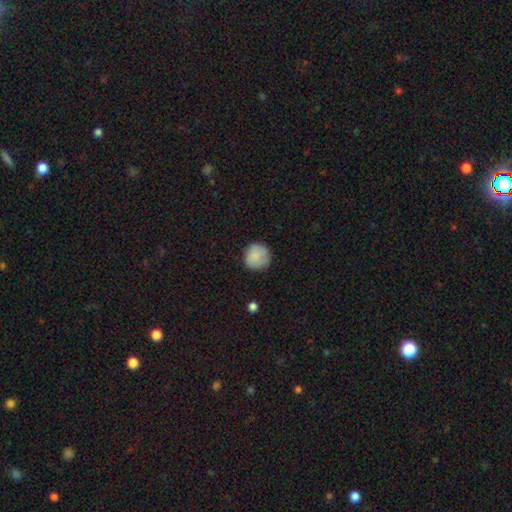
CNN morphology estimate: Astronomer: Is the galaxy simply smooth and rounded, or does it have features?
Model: smooth — 85%.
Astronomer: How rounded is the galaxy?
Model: round — 92%.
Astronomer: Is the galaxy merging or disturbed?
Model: none — 79%.